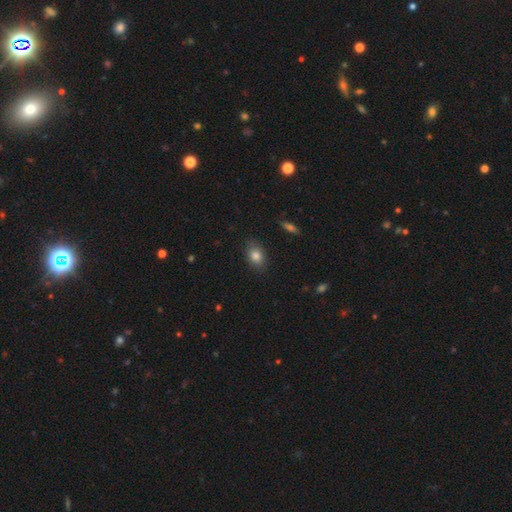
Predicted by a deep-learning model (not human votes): Smooth or featured?
  - smooth: 83% *
  - star or artifact: 9%
  - featured or disk: 8%
How rounded?
  - in between: 79% *
  - round: 19%
  - cigar-shaped: 2%
Merging?
  - none: 83% *
  - minor disturbance: 13%
  - major disturbance: 3%
  - merger: 1%